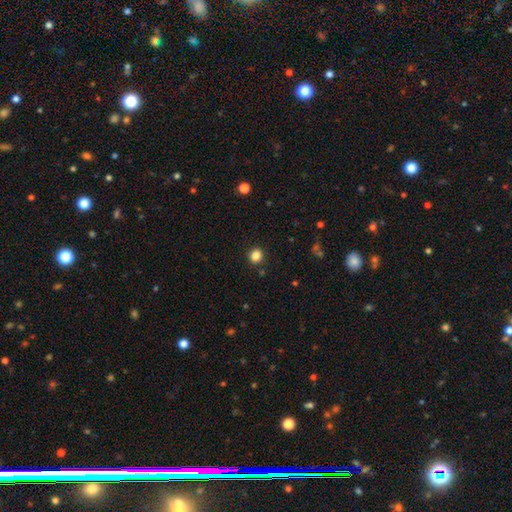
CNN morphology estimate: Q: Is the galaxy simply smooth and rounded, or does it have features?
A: smooth — 84%.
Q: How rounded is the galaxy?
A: round — 84%.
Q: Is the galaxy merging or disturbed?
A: none — 91%.